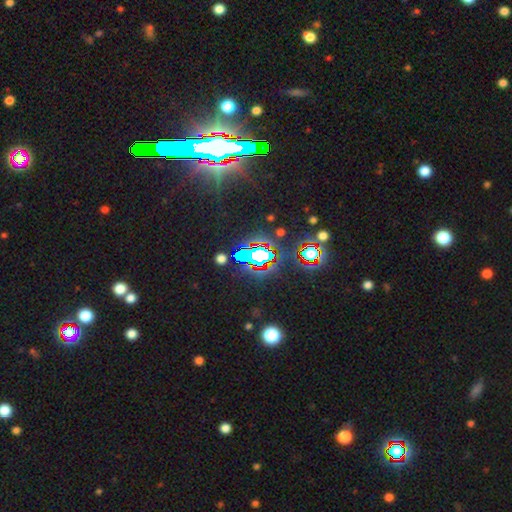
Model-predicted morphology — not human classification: Q: Smooth or featured?
A: star or artifact (66%); runner-up: smooth (19%)